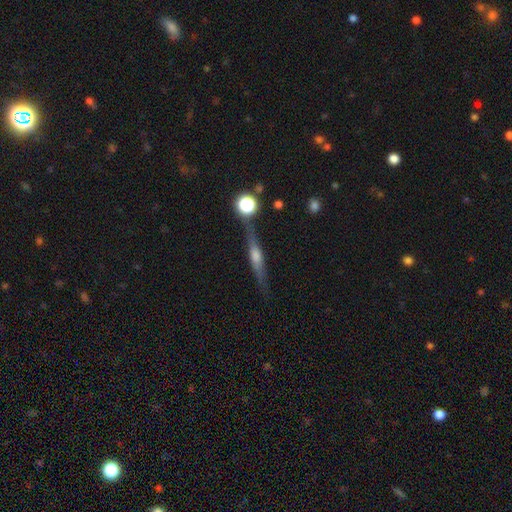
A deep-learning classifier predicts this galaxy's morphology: Q: Smooth or featured?
A: featured or disk (73%); runner-up: smooth (17%)
Q: Edge-on disk?
A: yes (97%); runner-up: no (3%)
Q: Edge-on bulge?
A: rounded (82%); runner-up: boxy (11%)
Q: Merging?
A: none (83%); runner-up: minor disturbance (10%)